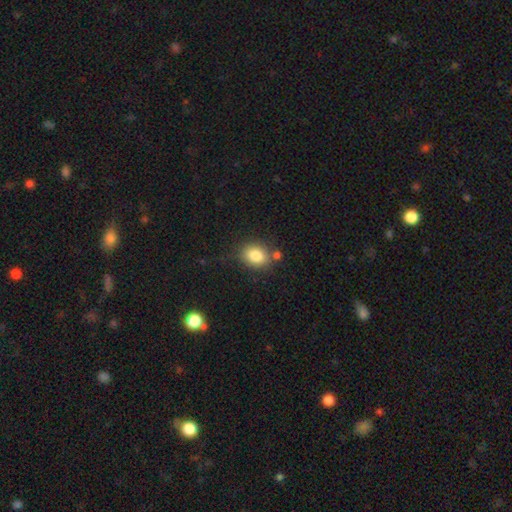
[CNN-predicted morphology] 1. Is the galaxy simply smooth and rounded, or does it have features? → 83% smooth, 9% star or artifact, 7% featured or disk.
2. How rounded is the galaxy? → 51% in between, 47% round, 1% cigar-shaped.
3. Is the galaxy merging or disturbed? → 71% none, 14% minor disturbance, 10% merger, 4% major disturbance.